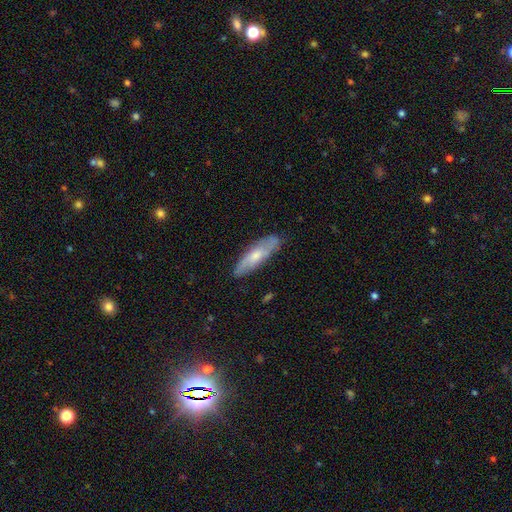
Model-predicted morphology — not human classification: A smooth galaxy with no disk features (49%).

Vote fractions:
- Smooth or featured? smooth: 49% / featured or disk: 45% / star or artifact: 6%
- Merging? none: 81% / minor disturbance: 15% / major disturbance: 3% / merger: 1%